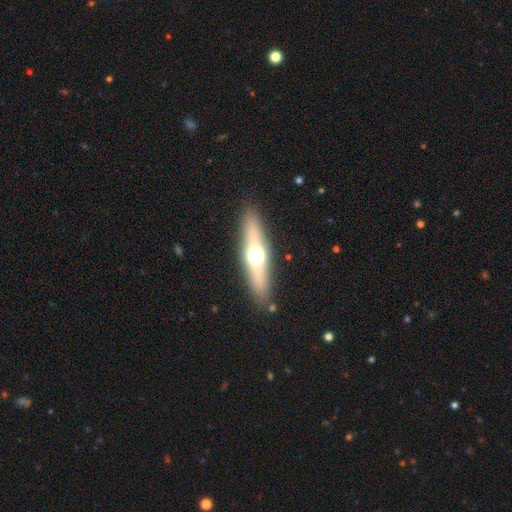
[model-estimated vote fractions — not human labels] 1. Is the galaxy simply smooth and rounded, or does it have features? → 49% featured or disk, 43% smooth, 7% star or artifact.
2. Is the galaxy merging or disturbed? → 88% none, 8% minor disturbance, 2% major disturbance, 1% merger.